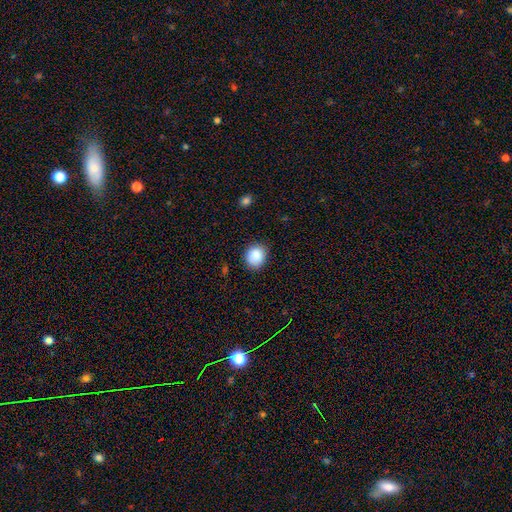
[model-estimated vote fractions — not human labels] Q: Smooth or featured?
A: smooth (88%); runner-up: star or artifact (8%)
Q: How rounded?
A: round (72%); runner-up: in between (27%)
Q: Merging?
A: none (83%); runner-up: minor disturbance (13%)